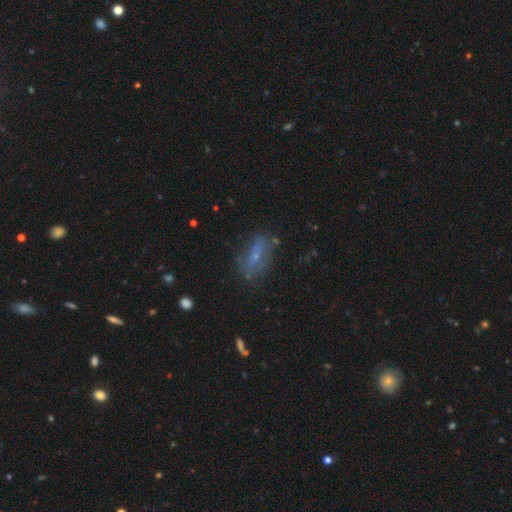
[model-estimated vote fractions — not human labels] Smooth or featured?
  - smooth: 46% *
  - featured or disk: 39%
  - star or artifact: 15%
Merging?
  - none: 64% *
  - minor disturbance: 22%
  - major disturbance: 11%
  - merger: 3%